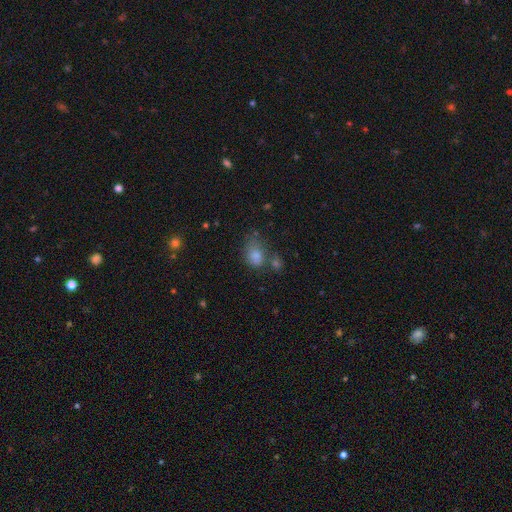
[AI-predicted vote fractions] Smooth or featured: smooth — 75% (star or artifact — 15%)
How rounded: in between — 69% (round — 30%)
Merging: none — 49% (minor disturbance — 23%)